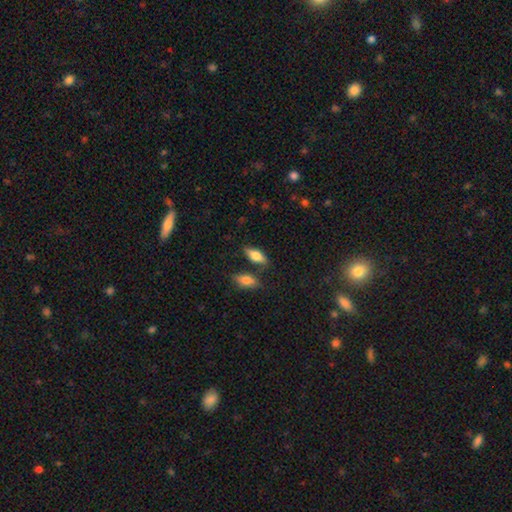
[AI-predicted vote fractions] A smooth galaxy with no disk features (66%) that is in between round and cigar-shaped (73%). Merging: none (71%).